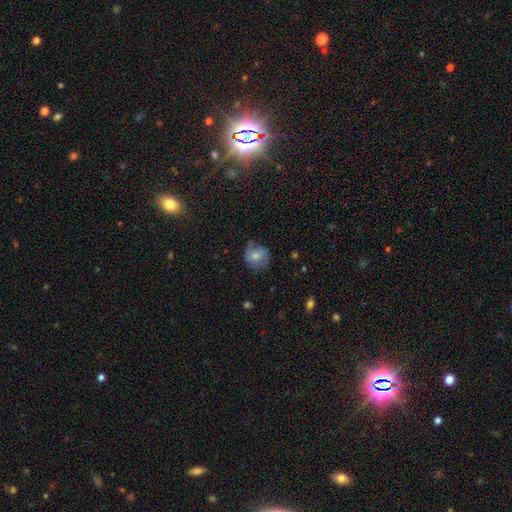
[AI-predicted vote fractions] The model was most divided on "smooth or featured": smooth: 60%, featured or disk: 31%, star or artifact: 9%. More confident: how rounded — round (80%); merging — none (62%).